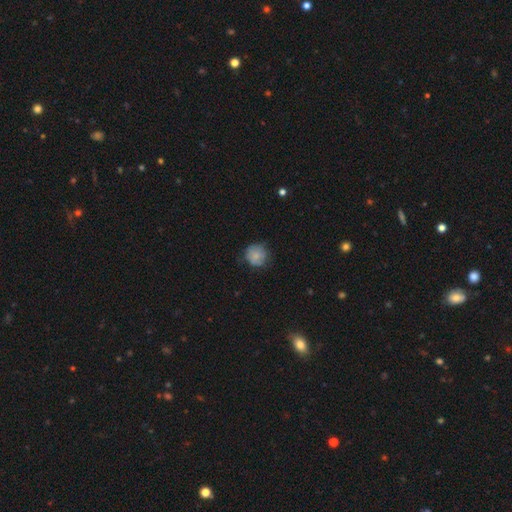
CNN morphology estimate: smooth-or-featured: smooth: 78% | featured or disk: 14% | star or artifact: 8%
  how-rounded: round: 88% | in between: 11% | cigar-shaped: 1%
  merging: none: 71% | minor disturbance: 22% | major disturbance: 6% | merger: 1%